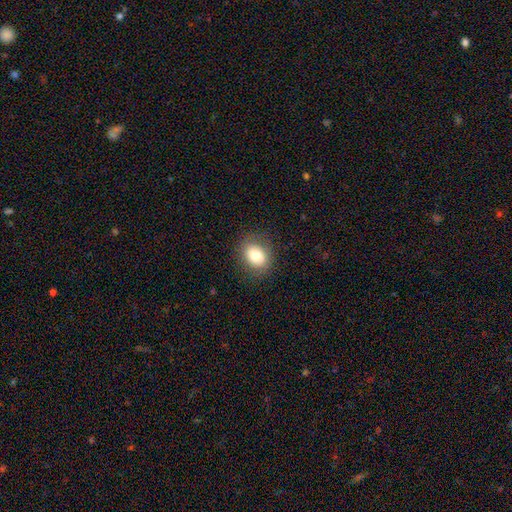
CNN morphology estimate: This appears to be a smooth galaxy with no disk features (79%) that is in between round and cigar-shaped (50%). Merging: none (85%).